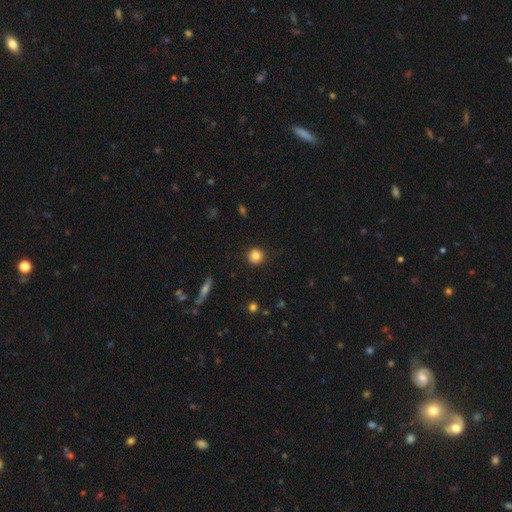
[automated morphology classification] Smooth or featured? smooth (83%)
How rounded? round (92%)
Merging? none (87%)